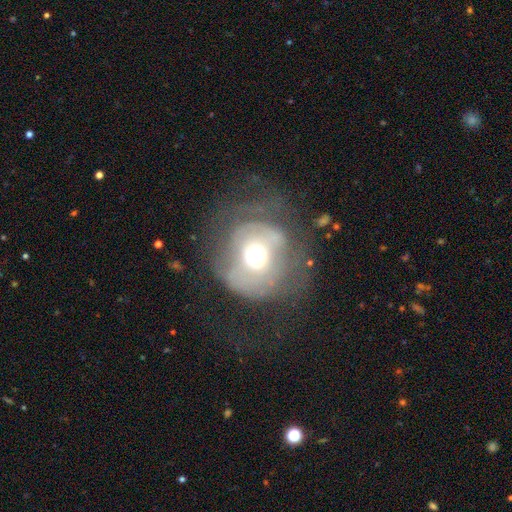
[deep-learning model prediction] Smooth or featured? Predicted: featured or disk (p=0.47). Merging? Predicted: none (p=0.40).